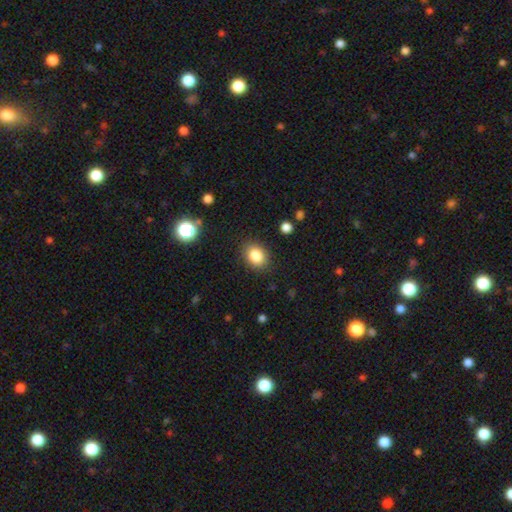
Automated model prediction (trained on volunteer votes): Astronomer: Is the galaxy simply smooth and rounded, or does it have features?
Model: smooth — 84%.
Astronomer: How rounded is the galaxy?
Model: in between — 53% (runner-up: round, 46%).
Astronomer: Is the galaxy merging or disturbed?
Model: none — 86%.